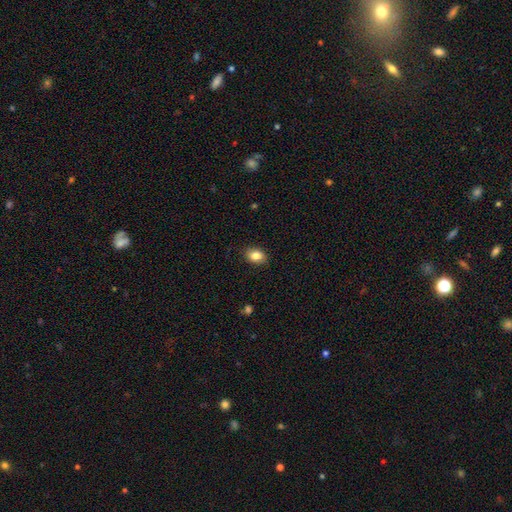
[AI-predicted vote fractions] Smooth or featured? Predicted: smooth (p=0.85). How rounded? Predicted: in between (p=0.75). Merging? Predicted: none (p=0.86).